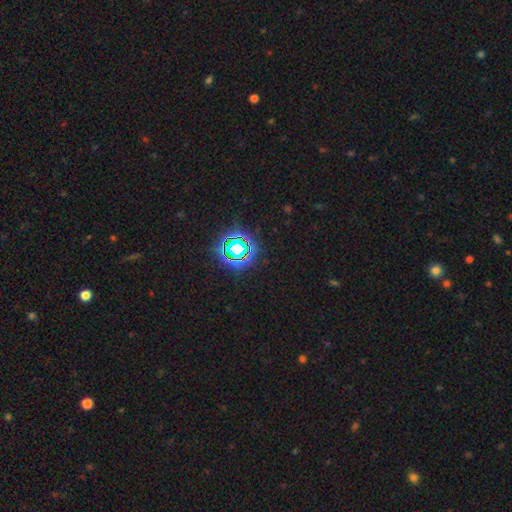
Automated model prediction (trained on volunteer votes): This appears to be a star or artifact, not a galaxy (78%).